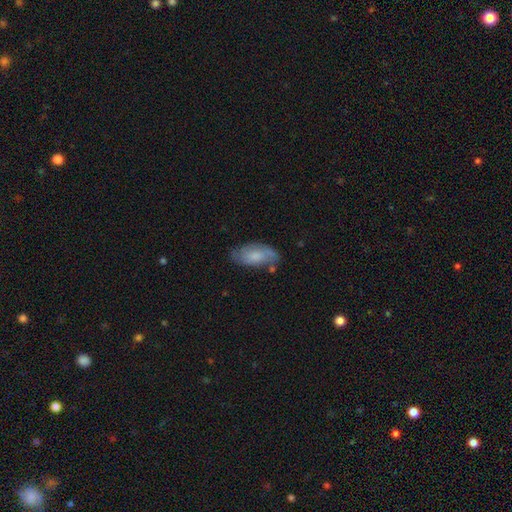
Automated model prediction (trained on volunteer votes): Smooth or featured?
  - smooth: 49% *
  - featured or disk: 44%
  - star or artifact: 7%
Merging?
  - none: 63% *
  - minor disturbance: 25%
  - major disturbance: 8%
  - merger: 4%